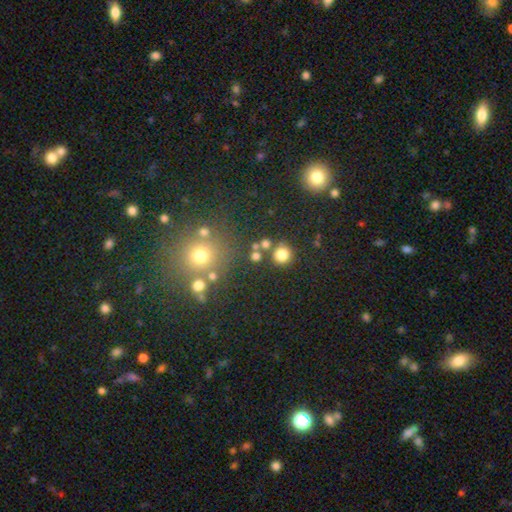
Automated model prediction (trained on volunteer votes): This is likely a smooth galaxy (75%). How rounded: clearly round (92%). Merging: likely none (79%).